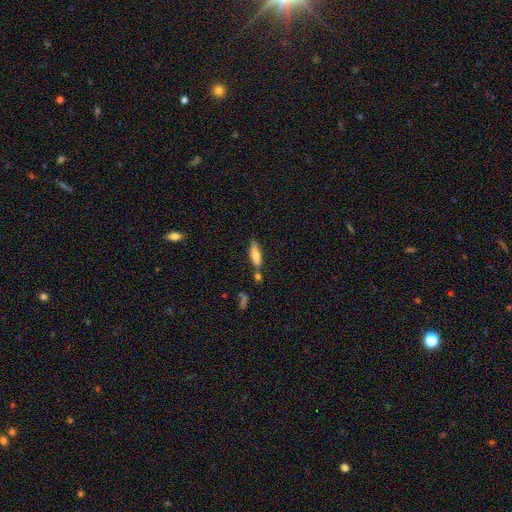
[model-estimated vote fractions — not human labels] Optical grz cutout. It shows a smooth galaxy with no disk features (78%) that is cigar-shaped (56%). Merging: none (65%).